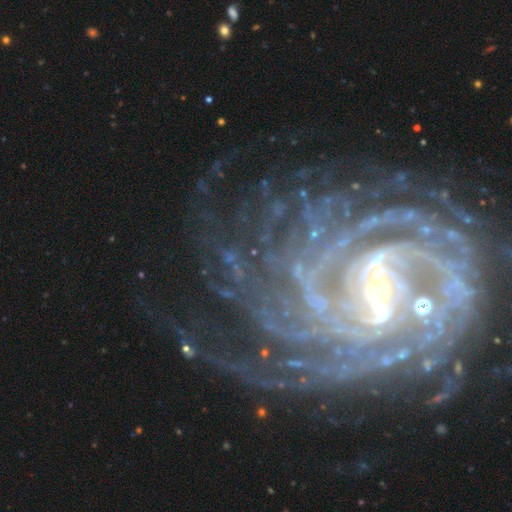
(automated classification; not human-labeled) Smooth or featured?
  - featured or disk: 91% *
  - star or artifact: 6%
  - smooth: 3%
Edge-on disk?
  - no: 97% *
  - yes: 3%
Bar?
  - strong: 52% *
  - weak: 33%
  - no: 15%
Spiral arms?
  - yes: 98% *
  - no: 2%
Spiral winding?
  - tight: 69% *
  - medium: 25%
  - loose: 6%
Spiral arm count?
  - more than 4: 28% *
  - 4: 19%
  - can't tell: 18%
  - 2: 13%
  - 3: 12%
  - 1: 10%
Bulge size?
  - small: 68% *
  - moderate: 25%
  - none: 3%
  - large: 3%
  - dominant: 1%
Merging?
  - none: 69% *
  - minor disturbance: 15%
  - major disturbance: 14%
  - merger: 3%